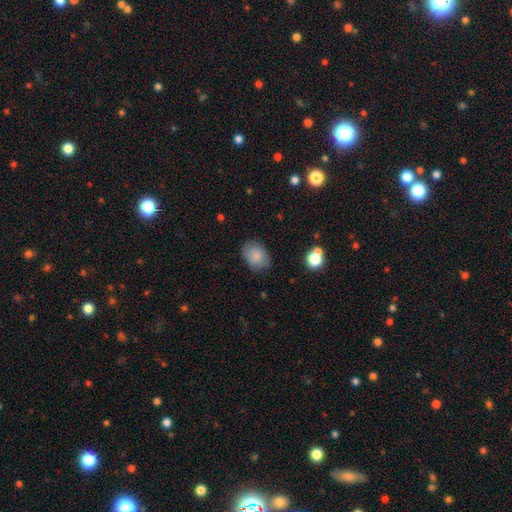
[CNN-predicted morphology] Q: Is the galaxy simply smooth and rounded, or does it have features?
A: smooth — 85%.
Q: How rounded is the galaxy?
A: in between — 69%.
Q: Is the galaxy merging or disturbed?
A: none — 79%.